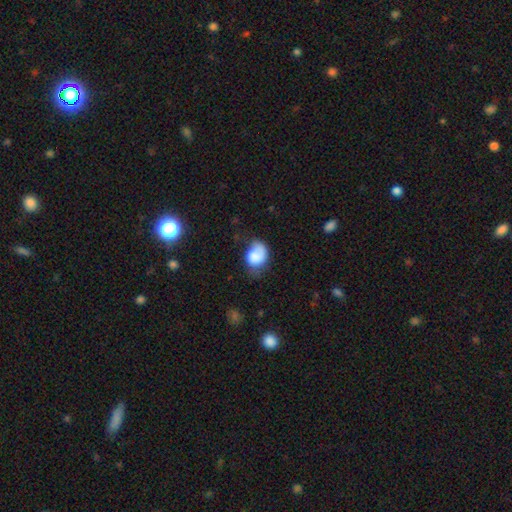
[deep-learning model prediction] Smooth or featured? smooth (78%)
How rounded? in between (58%)
Merging? minor disturbance (39%)